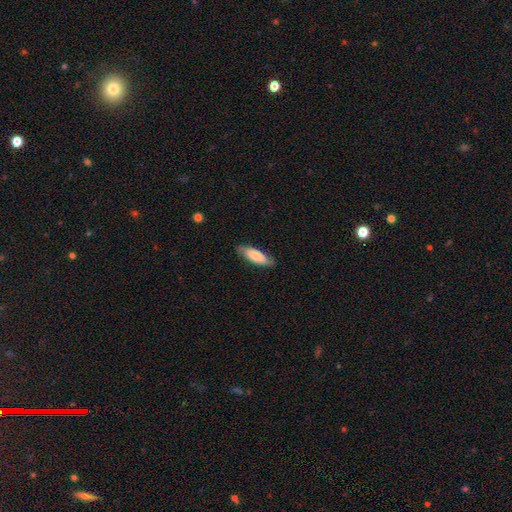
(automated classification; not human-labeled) Overall: smooth (76%). How rounded: in between (57%; cigar-shaped 42%). Merging: none (81%).